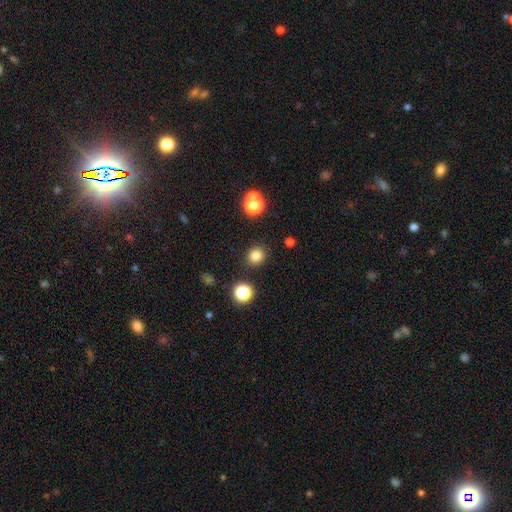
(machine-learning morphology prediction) type=smooth (81%); roundness=round (87%); merging=none (88%).